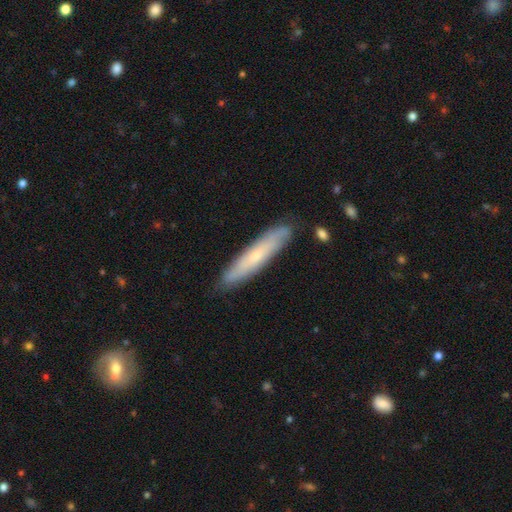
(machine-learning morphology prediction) Smooth or featured? Predicted: smooth (p=0.50). How rounded? Predicted: cigar-shaped (p=0.89). Merging? Predicted: none (p=0.85).